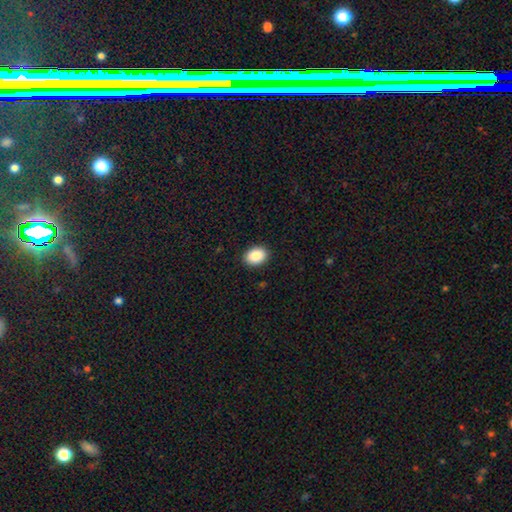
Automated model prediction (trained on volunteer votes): Smooth or featured: smooth — 87% (star or artifact — 8%)
How rounded: in between — 71% (round — 28%)
Merging: none — 90% (minor disturbance — 7%)